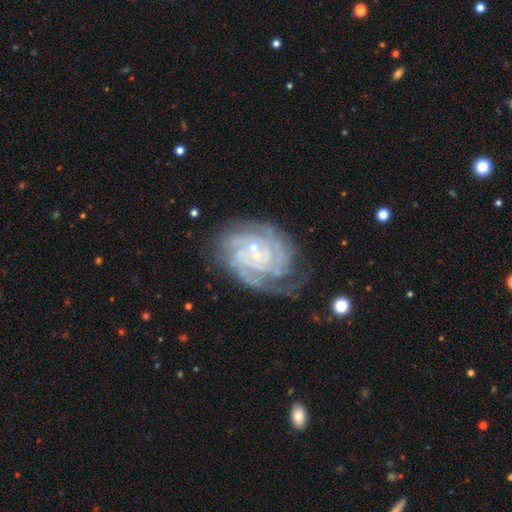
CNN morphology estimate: A featured or disk galaxy (87%) with no bar (65%), 4 (26%) tight (75%) spiral arms (97%) and a small central bulge (79%). Merging: none (67%).